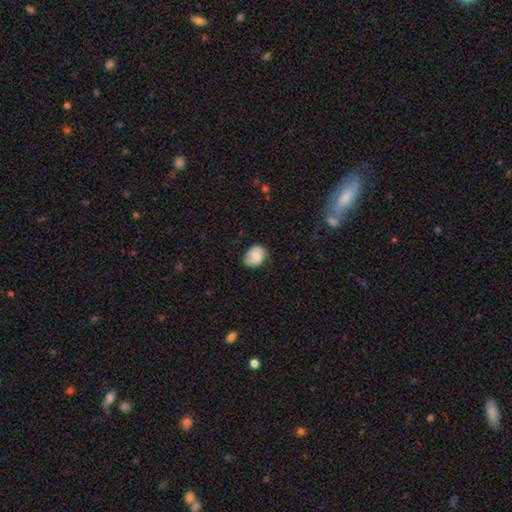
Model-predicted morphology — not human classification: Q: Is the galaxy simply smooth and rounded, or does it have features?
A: smooth — 71%.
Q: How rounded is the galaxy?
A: in between — 54%.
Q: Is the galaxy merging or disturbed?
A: none — 65%.